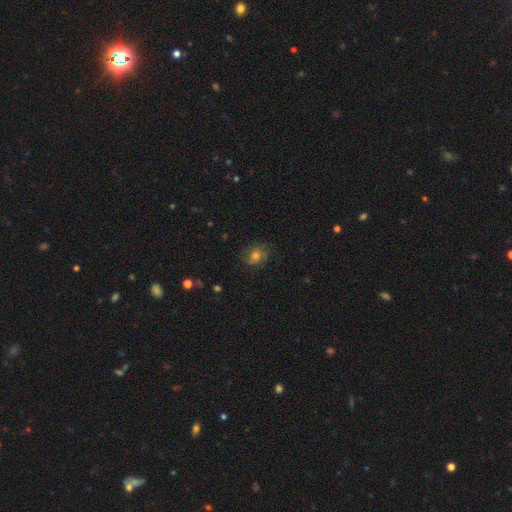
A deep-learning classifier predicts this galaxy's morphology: Overall: smooth (64%). How rounded: round (56%; in between 43%). Merging: none (74%).